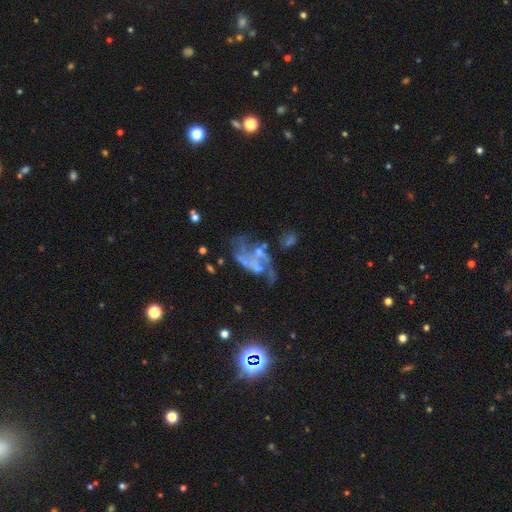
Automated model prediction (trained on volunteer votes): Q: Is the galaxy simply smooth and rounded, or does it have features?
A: featured or disk — 71%.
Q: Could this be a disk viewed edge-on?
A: no — 97%.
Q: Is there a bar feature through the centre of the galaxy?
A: no — 73%.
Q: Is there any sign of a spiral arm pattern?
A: yes — 54%.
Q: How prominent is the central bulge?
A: none — 61%.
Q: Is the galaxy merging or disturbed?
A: major disturbance — 38%.